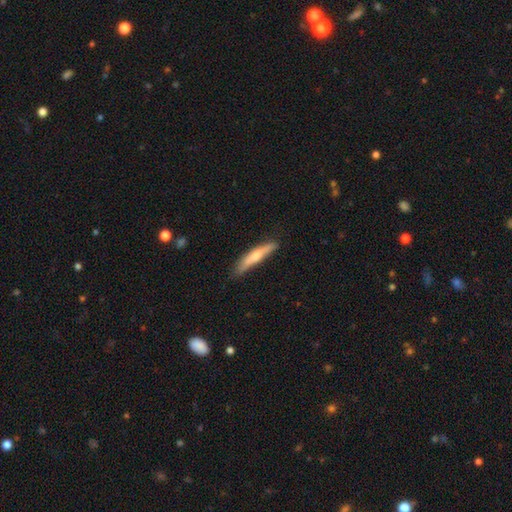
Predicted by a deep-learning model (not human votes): smooth-or-featured: smooth: 61% | featured or disk: 34% | star or artifact: 5%
  how-rounded: cigar-shaped: 90% | in between: 8% | round: 1%
  merging: none: 74% | minor disturbance: 20% | major disturbance: 4% | merger: 2%